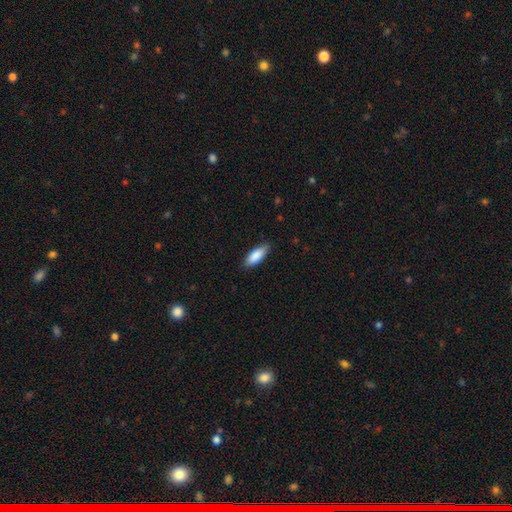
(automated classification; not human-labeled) Overall: smooth (86%). How rounded: in between (72%). Merging: none (82%).